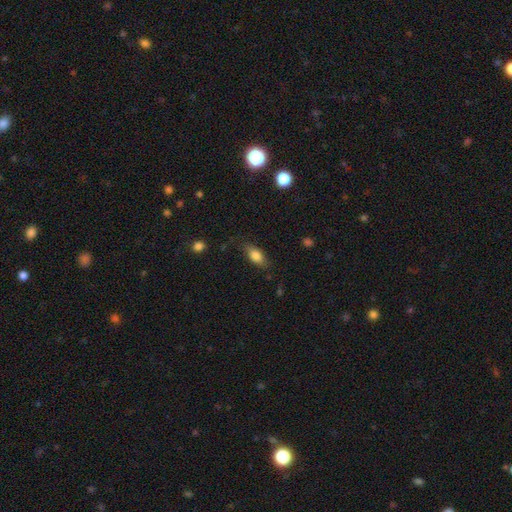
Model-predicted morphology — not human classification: smooth 78%, featured or disk 14%, star or artifact 8%. Down the decision tree: how rounded — in between (83%); merging — none (75%).